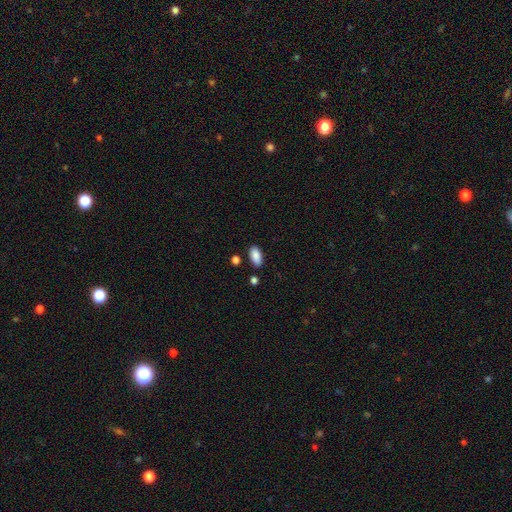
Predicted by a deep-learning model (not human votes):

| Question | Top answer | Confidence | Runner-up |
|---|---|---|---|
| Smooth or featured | smooth | 88% | star or artifact (7%) |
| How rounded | in between | 92% | cigar-shaped (5%) |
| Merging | none | 83% | minor disturbance (11%) |